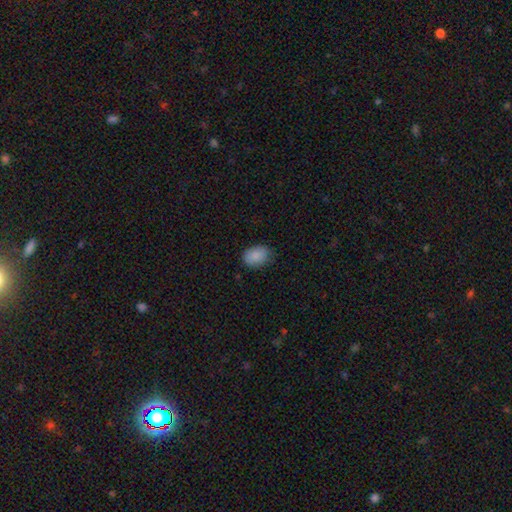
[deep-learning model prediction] Smooth or featured?
  - smooth: 88% *
  - star or artifact: 7%
  - featured or disk: 5%
How rounded?
  - in between: 75% *
  - round: 24%
  - cigar-shaped: 1%
Merging?
  - none: 77% *
  - minor disturbance: 19%
  - major disturbance: 3%
  - merger: 1%